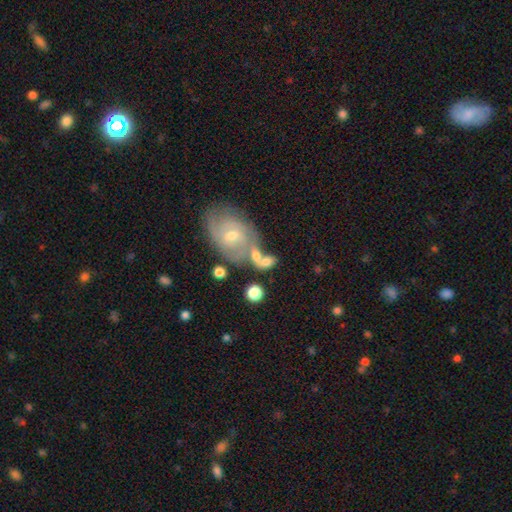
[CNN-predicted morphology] The model was most divided on "bulge size": small: 51%, moderate: 43%, large: 2%, none: 2%, dominant: 1%. Remaining: edge-on disk — no (94%); spiral arms — yes (81%); smooth or featured — featured or disk (61%); bar — no (52%); merging — none (44%).